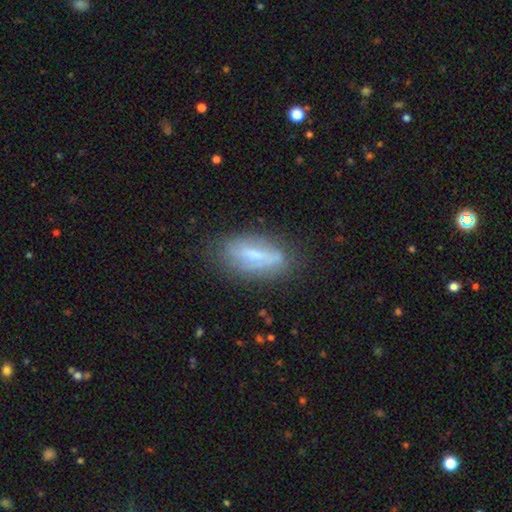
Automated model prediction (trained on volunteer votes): smooth-or-featured: featured or disk: 47% | smooth: 43% | star or artifact: 9%
  merging: none: 70% | minor disturbance: 21% | major disturbance: 7% | merger: 2%